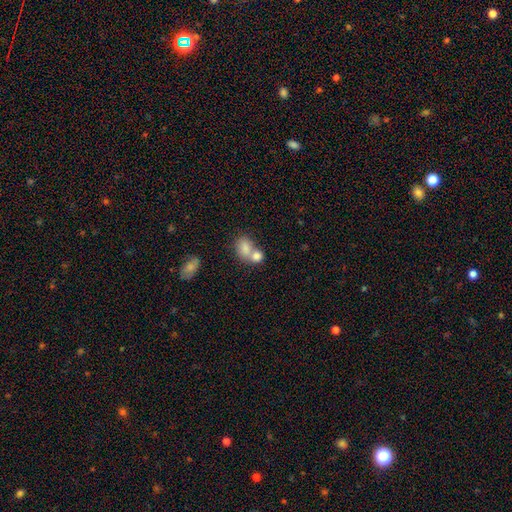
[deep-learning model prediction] The model was most divided on "how rounded": in between: 57%, round: 41%, cigar-shaped: 1%. More confident: smooth or featured — smooth (80%); merging — merger (65%).